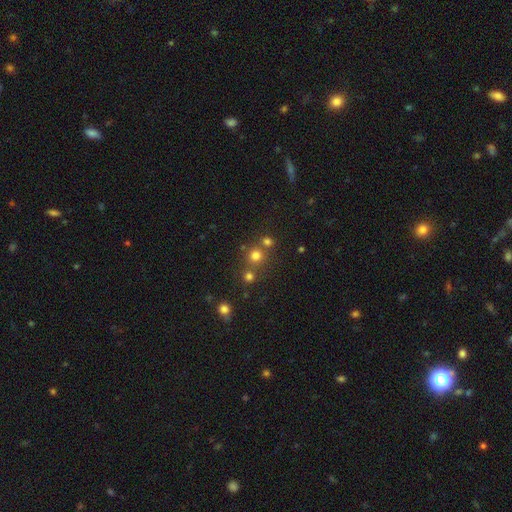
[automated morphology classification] smooth-or-featured: smooth: 72% | star or artifact: 20% | featured or disk: 8%
  how-rounded: round: 91% | in between: 8% | cigar-shaped: 1%
  merging: none: 66% | merger: 24% | minor disturbance: 7% | major disturbance: 3%